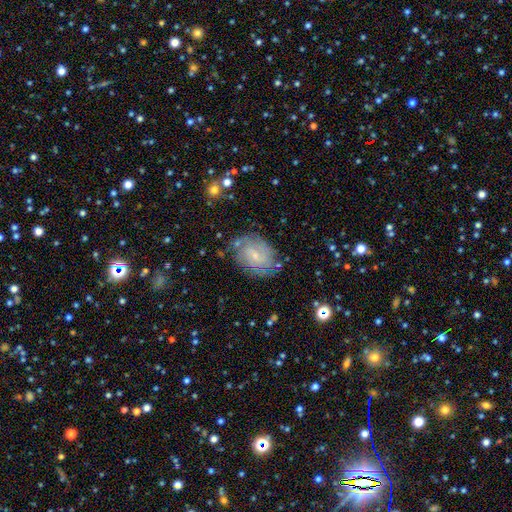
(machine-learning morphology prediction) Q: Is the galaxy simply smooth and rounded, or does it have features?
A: featured or disk — 64%.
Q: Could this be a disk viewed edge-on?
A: no — 97%.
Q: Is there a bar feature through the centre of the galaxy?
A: weak — 53%.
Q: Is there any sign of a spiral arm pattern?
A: yes — 85%.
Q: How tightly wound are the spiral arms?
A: tight — 60%.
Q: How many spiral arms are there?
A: can't tell — 50%.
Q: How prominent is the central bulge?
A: small — 71%.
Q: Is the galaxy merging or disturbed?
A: none — 72%.